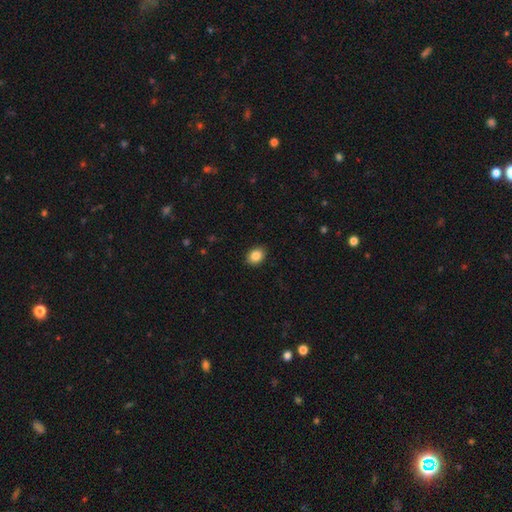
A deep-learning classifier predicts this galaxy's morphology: The model was most divided on "how rounded": in between: 65%, round: 34%, cigar-shaped: 1%. More confident: merging — none (89%); smooth or featured — smooth (87%).